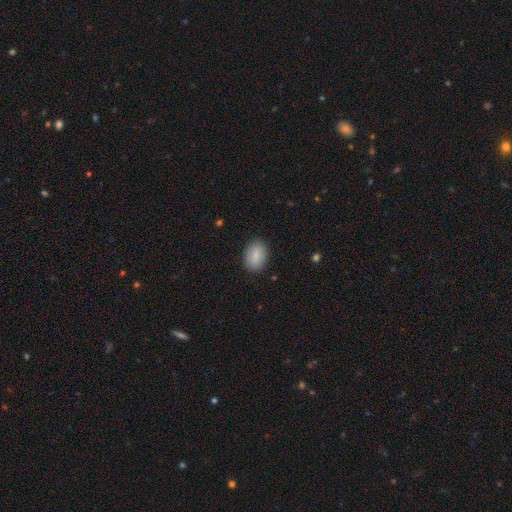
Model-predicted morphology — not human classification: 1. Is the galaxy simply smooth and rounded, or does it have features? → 87% smooth, 7% star or artifact, 6% featured or disk.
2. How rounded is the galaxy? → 86% in between, 13% round, 1% cigar-shaped.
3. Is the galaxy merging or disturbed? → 88% none, 9% minor disturbance, 2% major disturbance, 1% merger.